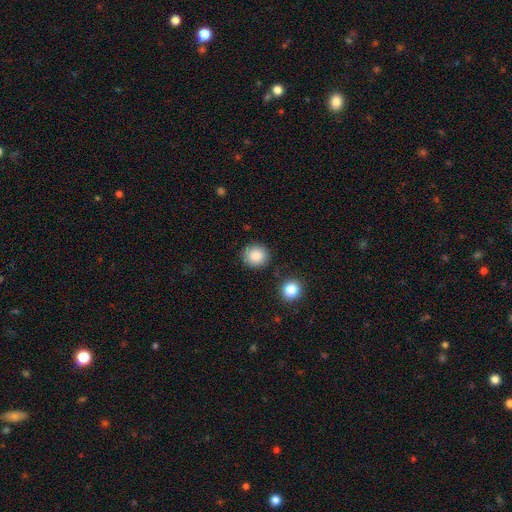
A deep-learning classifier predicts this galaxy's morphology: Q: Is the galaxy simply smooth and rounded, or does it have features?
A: smooth — 87%.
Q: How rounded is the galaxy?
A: round — 88%.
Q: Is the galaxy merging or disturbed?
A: none — 87%.